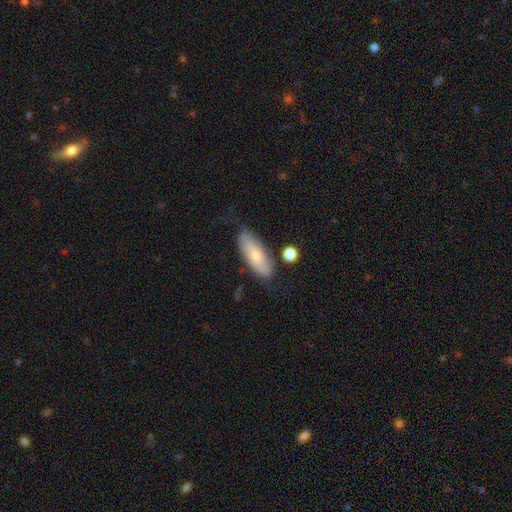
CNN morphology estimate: A smooth galaxy with no disk features (68%) that is in between round and cigar-shaped (68%).

Vote fractions:
- Smooth or featured? smooth: 68% / featured or disk: 25% / star or artifact: 6%
- How rounded? in between: 68% / cigar-shaped: 29% / round: 2%
- Merging? none: 69% / minor disturbance: 20% / major disturbance: 6% / merger: 4%